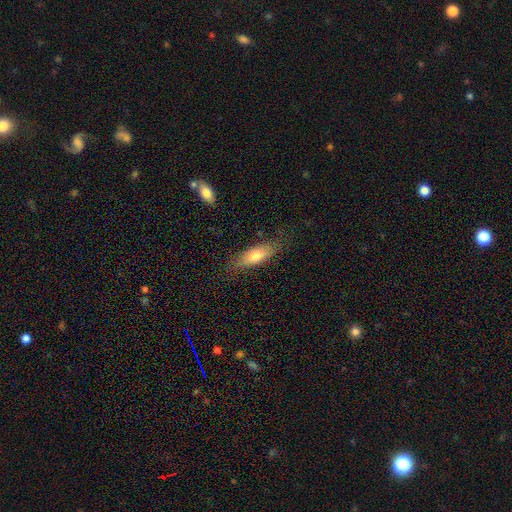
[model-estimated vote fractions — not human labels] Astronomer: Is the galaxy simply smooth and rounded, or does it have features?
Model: smooth — 68%.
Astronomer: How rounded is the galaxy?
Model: in between — 70%.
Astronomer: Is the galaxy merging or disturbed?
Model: none — 75%.